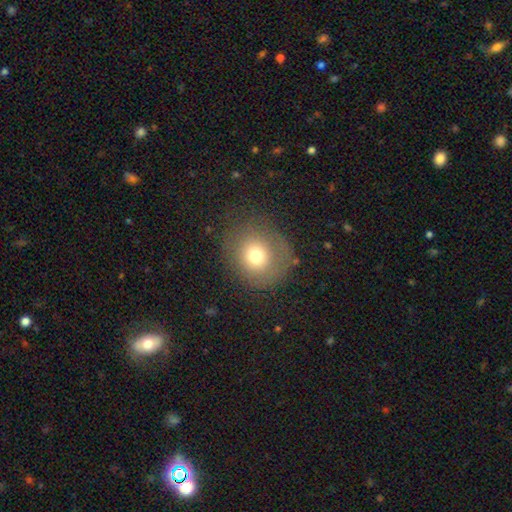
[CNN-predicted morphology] Overall: smooth (70%). How rounded: round (84%). Merging: none (76%).